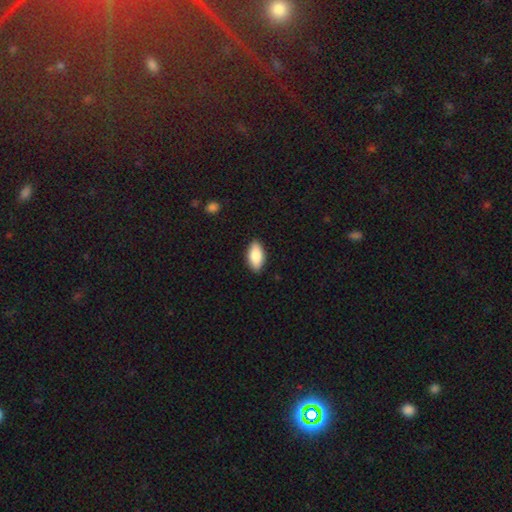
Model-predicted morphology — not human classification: Smooth or featured?
  - smooth: 85% *
  - featured or disk: 9%
  - star or artifact: 6%
How rounded?
  - in between: 90% *
  - cigar-shaped: 7%
  - round: 3%
Merging?
  - none: 88% *
  - minor disturbance: 9%
  - major disturbance: 2%
  - merger: 1%